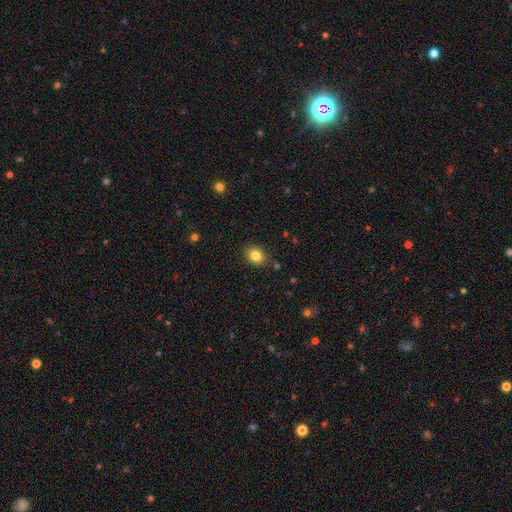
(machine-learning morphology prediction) type=smooth (83%); roundness=in between (50%); merging=none (87%).